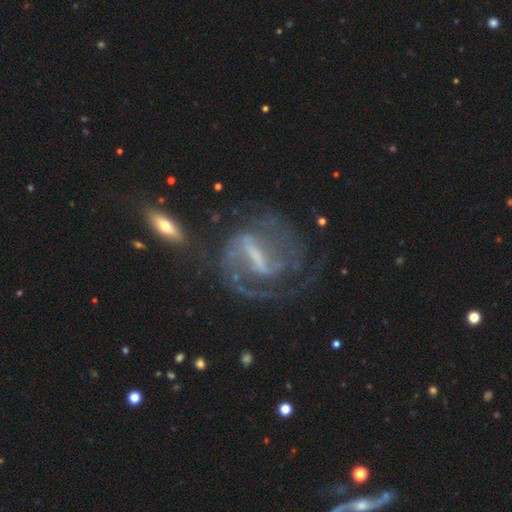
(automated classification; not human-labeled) Smooth or featured?
  - featured or disk: 84% *
  - star or artifact: 8%
  - smooth: 8%
Edge-on disk?
  - no: 94% *
  - yes: 6%
Bar?
  - strong: 66% *
  - weak: 26%
  - no: 8%
Spiral arms?
  - yes: 87% *
  - no: 13%
Spiral winding?
  - medium: 47% *
  - tight: 31%
  - loose: 23%
Spiral arm count?
  - 2: 57% *
  - can't tell: 19%
  - 1: 13%
  - 3: 7%
  - 4: 3%
  - more than 4: 3%
Bulge size?
  - none: 40% *
  - small: 34%
  - moderate: 19%
  - large: 6%
  - dominant: 2%
Merging?
  - none: 54% *
  - major disturbance: 25%
  - minor disturbance: 17%
  - merger: 4%